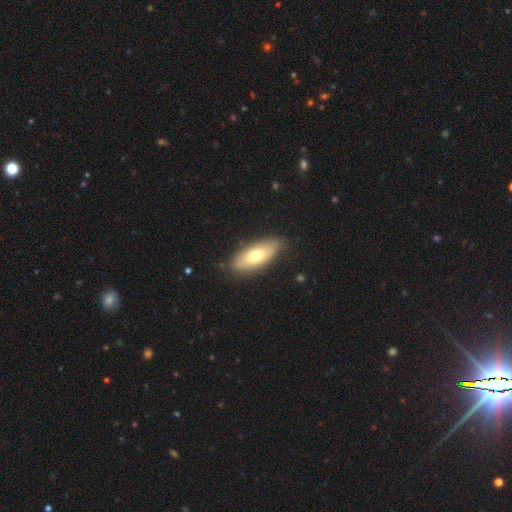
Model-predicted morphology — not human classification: smooth-or-featured: smooth: 69% | featured or disk: 25% | star or artifact: 6%
  how-rounded: in between: 81% | cigar-shaped: 17% | round: 2%
  merging: none: 82% | minor disturbance: 14% | major disturbance: 3% | merger: 1%